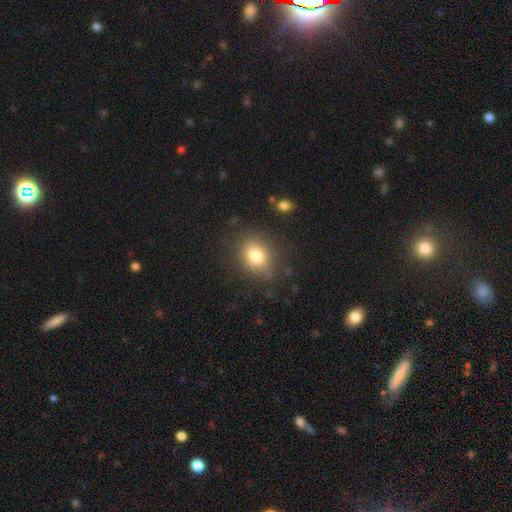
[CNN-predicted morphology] This appears to be a smooth galaxy with no disk features (80%) that is round (49%, tied with in between). Merging: none (81%).